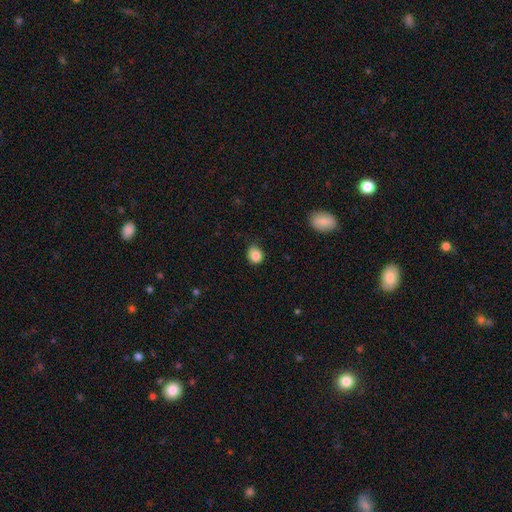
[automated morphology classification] The model was most divided on "how rounded": round: 71%, in between: 28%, cigar-shaped: 1%. More confident: smooth or featured — smooth (86%); merging — none (71%).